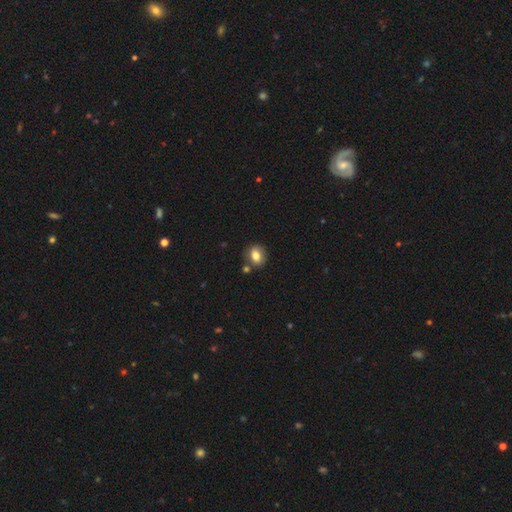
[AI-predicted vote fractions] Morphology: type=smooth (78%); roundness=in between (50%); merging=none (75%).